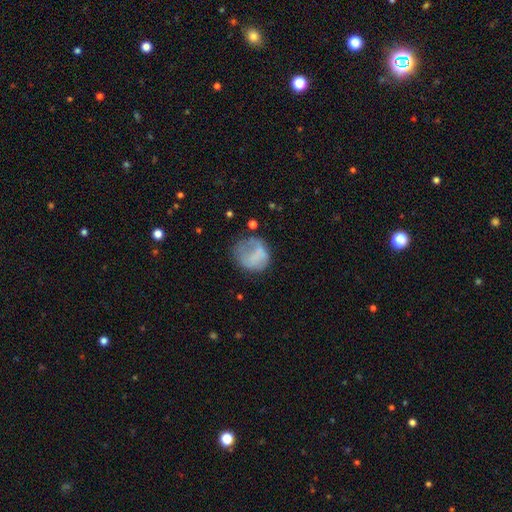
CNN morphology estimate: smooth 65%, featured or disk 25%, star or artifact 10%. Down the decision tree: how rounded — round (73%); merging — none (41%).